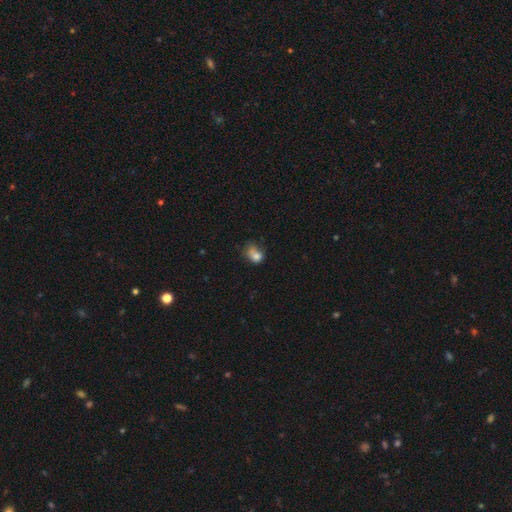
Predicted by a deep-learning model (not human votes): This is likely a smooth galaxy (75%). How rounded: possibly in between (58%). Merging: marginally minor disturbance (30%).